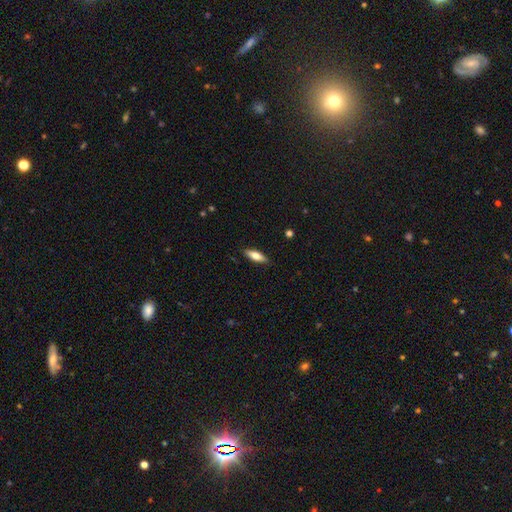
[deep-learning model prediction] This is likely a smooth galaxy (65%). How rounded: possibly in between (56%). Merging: clearly none (88%).